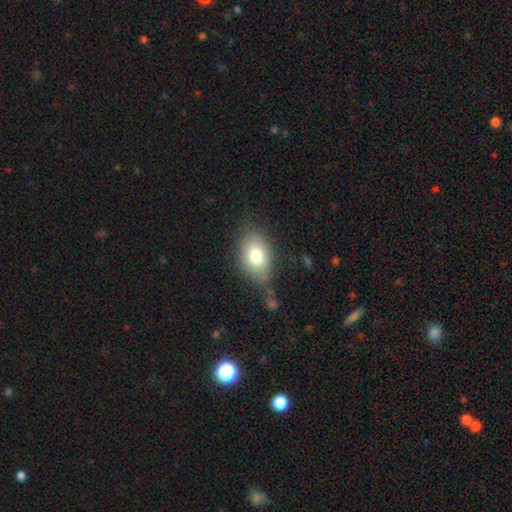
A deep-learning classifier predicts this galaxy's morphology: smooth-or-featured: smooth: 77% | featured or disk: 15% | star or artifact: 9%
  how-rounded: in between: 80% | round: 18% | cigar-shaped: 1%
  merging: none: 65% | minor disturbance: 23% | major disturbance: 8% | merger: 4%